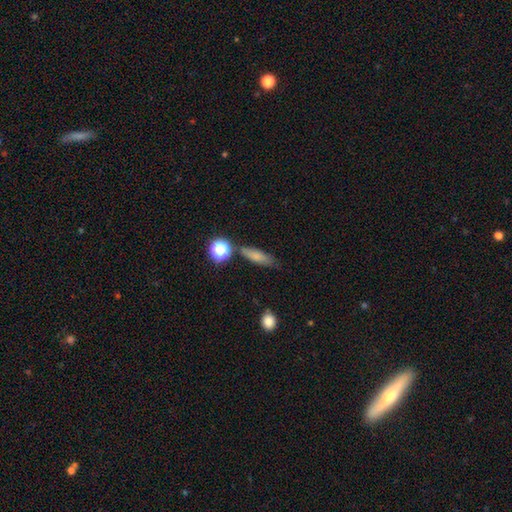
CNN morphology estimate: The model was most divided on "how rounded": cigar-shaped: 56%, in between: 37%, round: 7%. More confident: merging — none (76%); smooth or featured — smooth (74%).